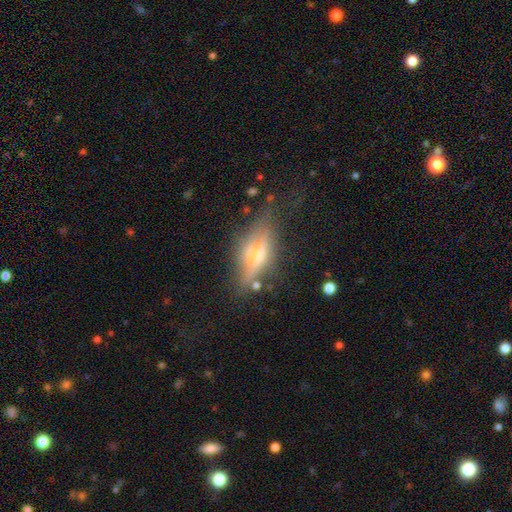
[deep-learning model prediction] Q: Smooth or featured?
A: featured or disk (66%); runner-up: smooth (25%)
Q: Edge-on disk?
A: yes (84%); runner-up: no (16%)
Q: Edge-on bulge?
A: rounded (84%); runner-up: boxy (12%)
Q: Merging?
A: none (60%); runner-up: minor disturbance (23%)